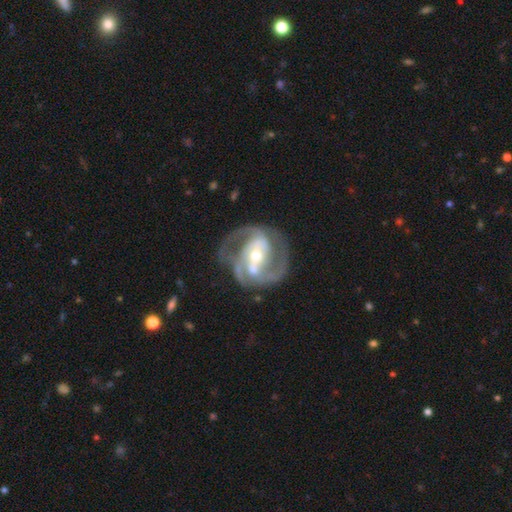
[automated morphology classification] Overall: featured or disk (89%). Edge-on disk: no (97%). Bar: strong (42%; weak 34%). Spiral arms: yes (95%). Spiral arm count: 2 (71%). Spiral winding: medium (52%; tight 35%). Bulge size: moderate (55%; small 39%). Merging: none (61%).